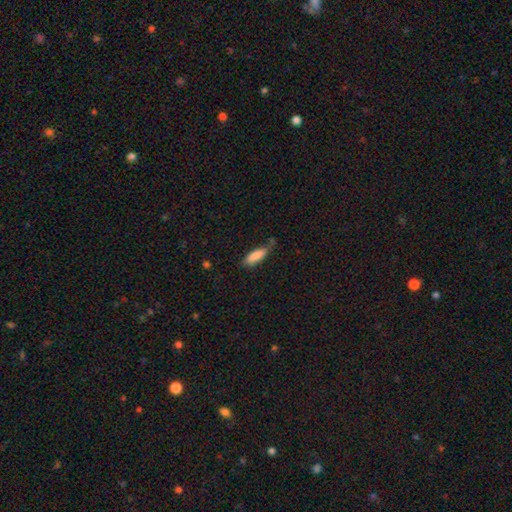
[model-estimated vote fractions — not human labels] Smooth or featured: smooth — 85% (featured or disk — 9%)
How rounded: in between — 55% (cigar-shaped — 43%)
Merging: none — 61% (minor disturbance — 28%)